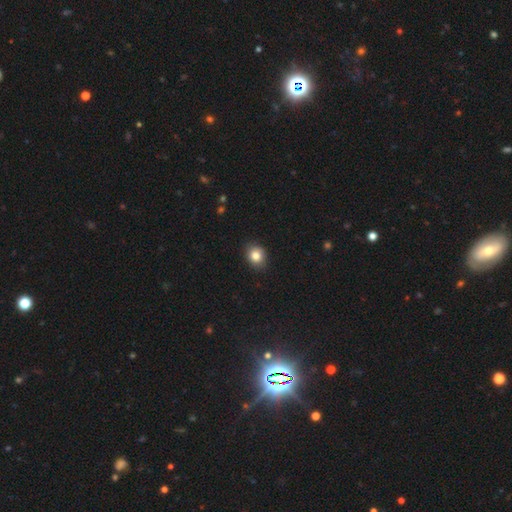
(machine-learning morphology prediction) smooth-or-featured: smooth: 83% | star or artifact: 10% | featured or disk: 7%
  how-rounded: round: 63% | in between: 37% | cigar-shaped: 1%
  merging: none: 87% | minor disturbance: 10% | major disturbance: 2% | merger: 1%